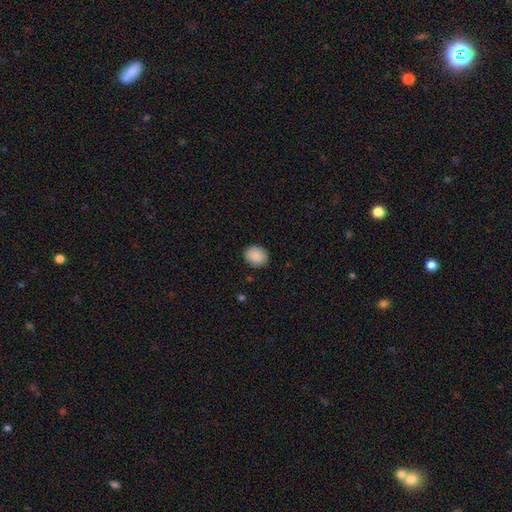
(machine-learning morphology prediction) Smooth or featured?
  - smooth: 90% *
  - star or artifact: 7%
  - featured or disk: 3%
How rounded?
  - round: 61% *
  - in between: 38%
  - cigar-shaped: 1%
Merging?
  - none: 88% *
  - minor disturbance: 9%
  - major disturbance: 2%
  - merger: 1%